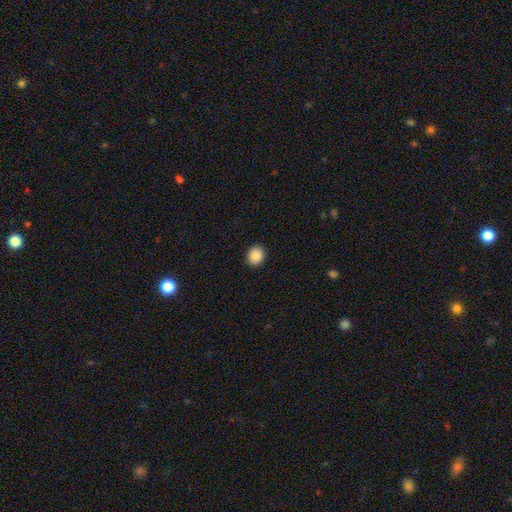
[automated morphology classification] Overall: smooth (89%). How rounded: round (72%). Merging: none (91%).